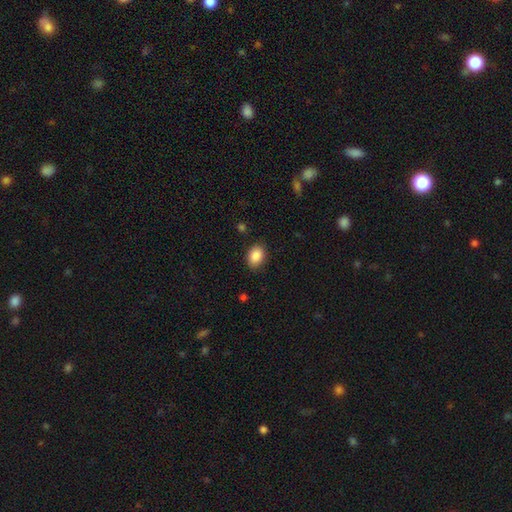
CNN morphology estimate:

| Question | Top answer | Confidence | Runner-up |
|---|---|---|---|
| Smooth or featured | smooth | 89% | star or artifact (8%) |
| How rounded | in between | 77% | round (22%) |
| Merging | none | 85% | minor disturbance (11%) |